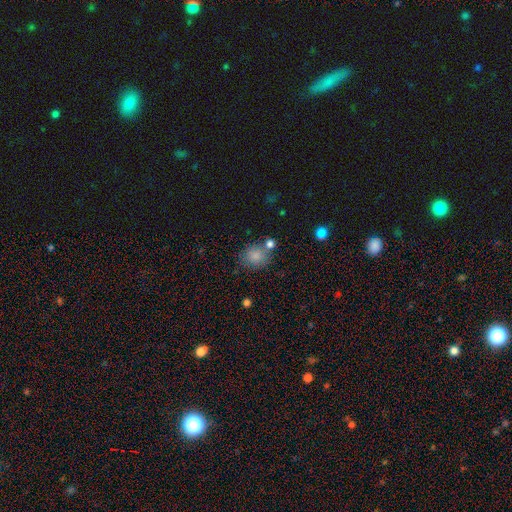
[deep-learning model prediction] Smooth or featured: smooth — 83% (star or artifact — 10%)
How rounded: round — 74% (in between — 25%)
Merging: none — 66% (minor disturbance — 16%)